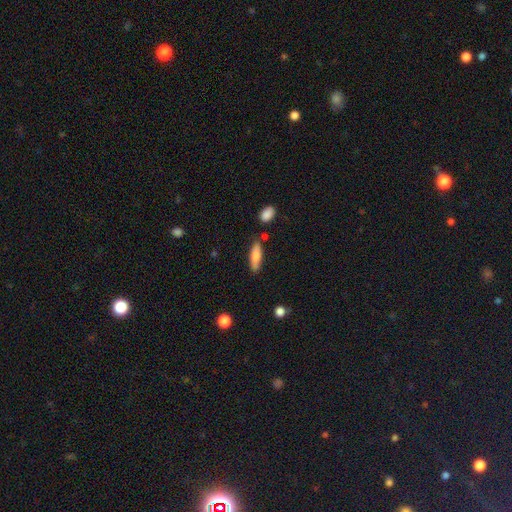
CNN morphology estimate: This appears to be a smooth galaxy with no disk features (78%) that is cigar-shaped (64%). Merging: none (75%).